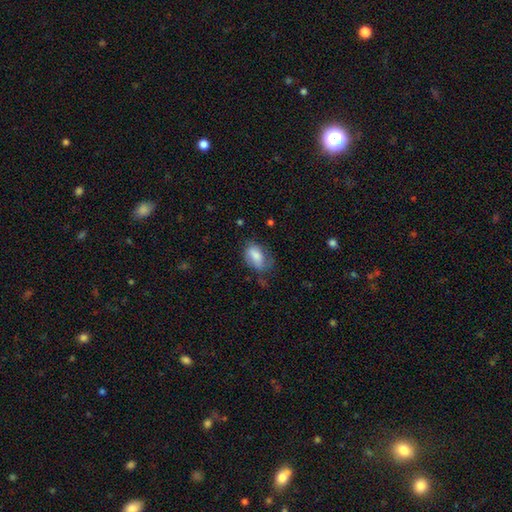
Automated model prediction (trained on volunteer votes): Smooth or featured? Predicted: smooth (p=0.76). How rounded? Predicted: in between (p=0.88). Merging? Predicted: none (p=0.48).